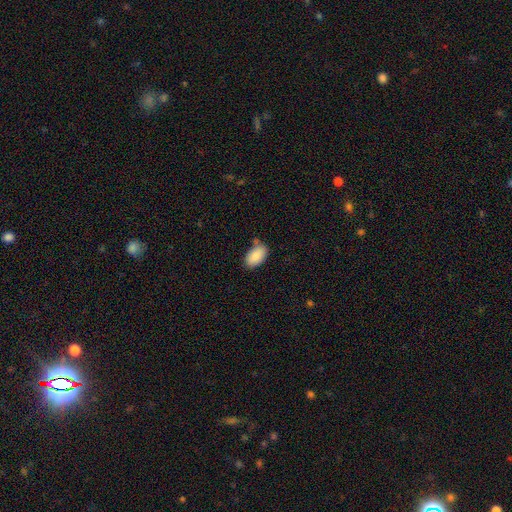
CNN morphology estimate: Overall: smooth (88%). How rounded: in between (94%). Merging: none (69%).